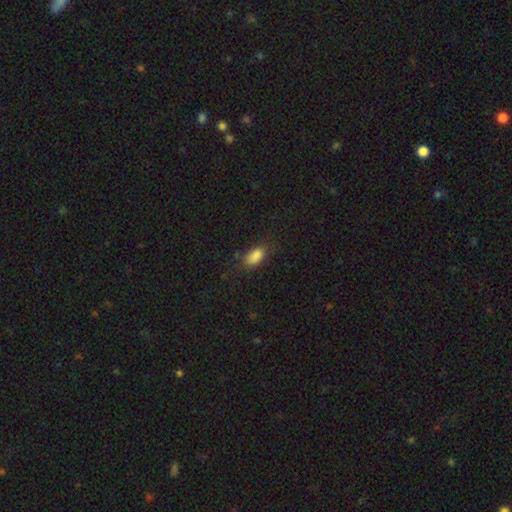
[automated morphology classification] A smooth galaxy with no disk features (85%) that is in between round and cigar-shaped (89%). Merging: none (70%).